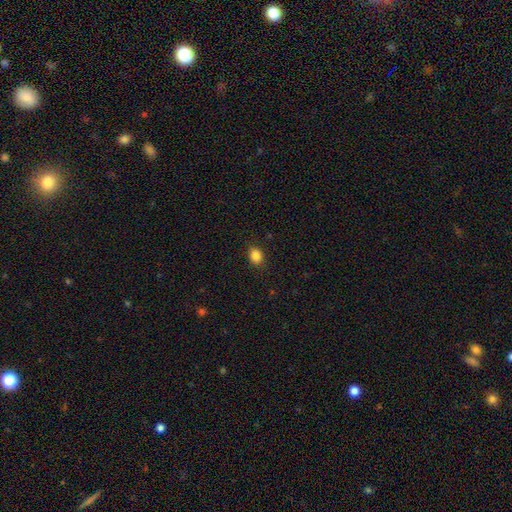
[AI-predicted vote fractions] Smooth or featured? Predicted: smooth (p=0.86). How rounded? Predicted: round (p=0.50). Merging? Predicted: none (p=0.88).